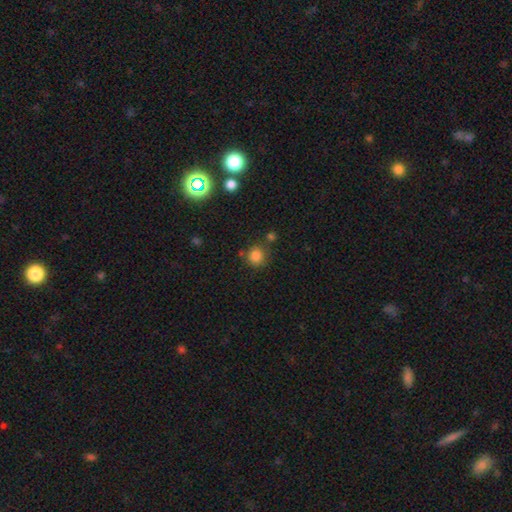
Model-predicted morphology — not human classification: Smooth or featured?
  - smooth: 82% *
  - star or artifact: 13%
  - featured or disk: 5%
How rounded?
  - round: 89% *
  - in between: 10%
  - cigar-shaped: 1%
Merging?
  - none: 75% *
  - minor disturbance: 12%
  - merger: 9%
  - major disturbance: 4%